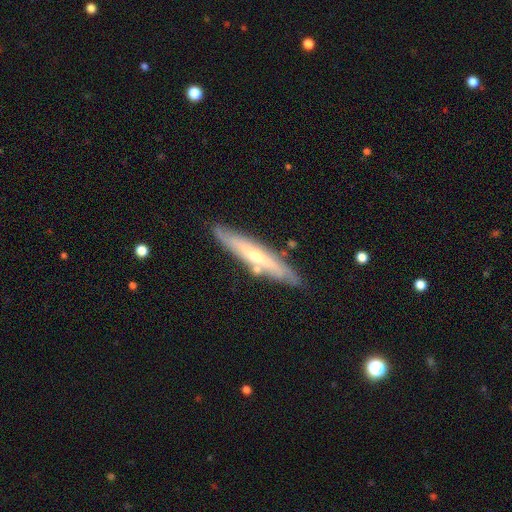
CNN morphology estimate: smooth_or_featured: featured or disk (p=0.68) [alt: smooth p=0.24]
disk_edge_on: yes (p=0.84) [alt: no p=0.16]
edge_on_bulge: rounded (p=0.76) [alt: none p=0.21]
merging: none (p=0.84) [alt: minor disturbance p=0.12]